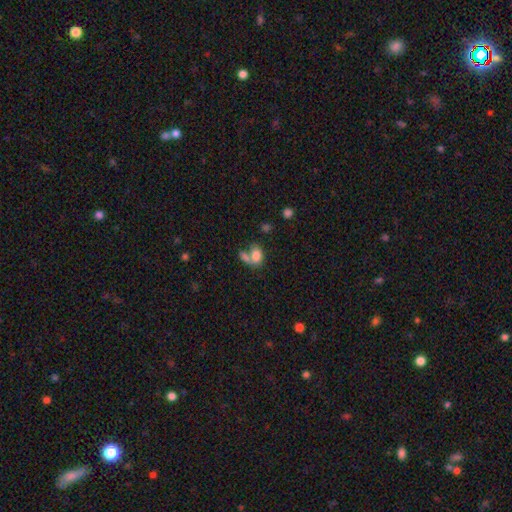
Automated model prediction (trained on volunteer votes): Overall: smooth (78%). How rounded: in between (81%). Merging: merger (52%; none 30%).